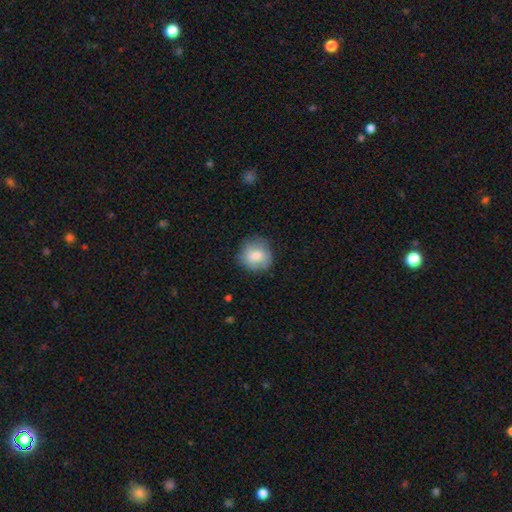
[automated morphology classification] Smooth or featured: smooth — 77% (featured or disk — 15%)
How rounded: round — 84% (in between — 15%)
Merging: none — 75% (minor disturbance — 18%)